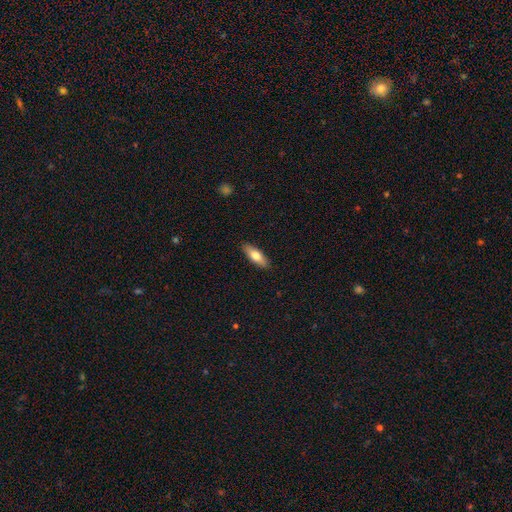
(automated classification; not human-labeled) Morphology: type=smooth (71%); roundness=in between (57%); merging=none (89%).